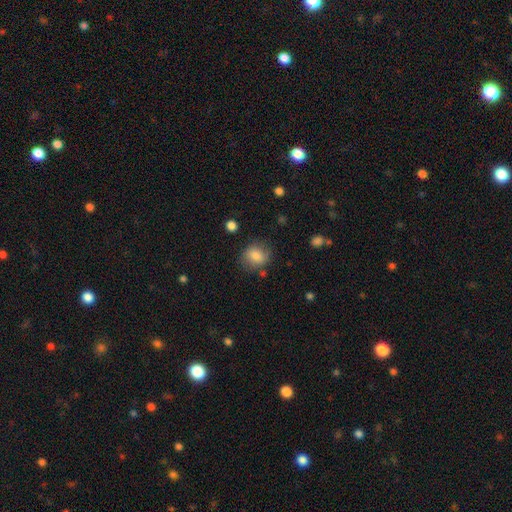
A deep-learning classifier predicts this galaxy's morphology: A smooth galaxy with no disk features (79%) that is round (68%). Merging: none (76%).